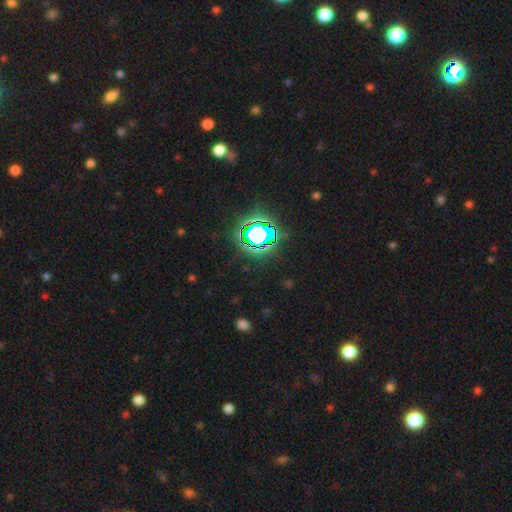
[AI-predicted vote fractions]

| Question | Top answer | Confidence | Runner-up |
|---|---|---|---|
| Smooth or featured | star or artifact | 81% | smooth (12%) |